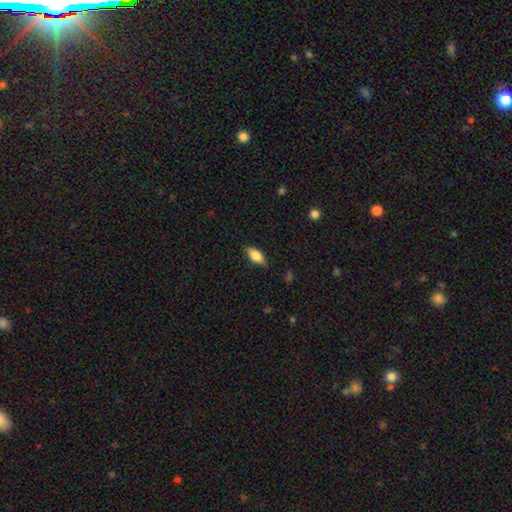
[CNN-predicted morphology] smooth-or-featured: smooth: 75% | featured or disk: 17% | star or artifact: 7%
  how-rounded: in between: 86% | cigar-shaped: 11% | round: 4%
  merging: none: 83% | minor disturbance: 13% | major disturbance: 3% | merger: 1%